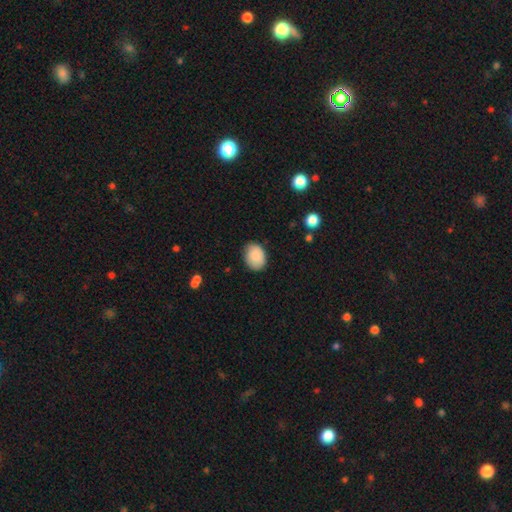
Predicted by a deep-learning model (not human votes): smooth_or_featured: smooth (p=0.88) [alt: star or artifact p=0.07]
how_rounded: in between (p=0.67) [alt: round p=0.32]
merging: none (p=0.80) [alt: minor disturbance p=0.16]